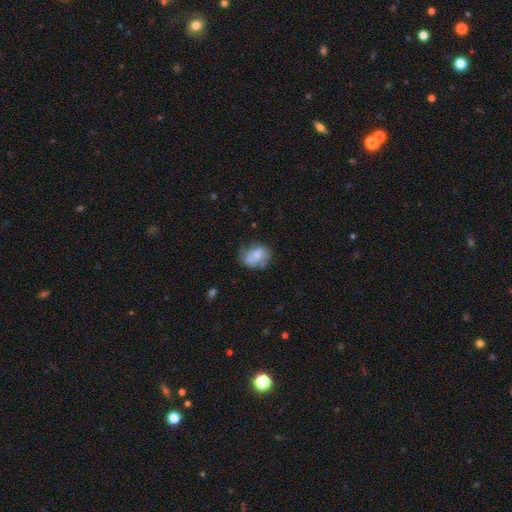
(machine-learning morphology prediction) Smooth or featured? smooth (67%)
How rounded? in between (63%)
Merging? none (49%)